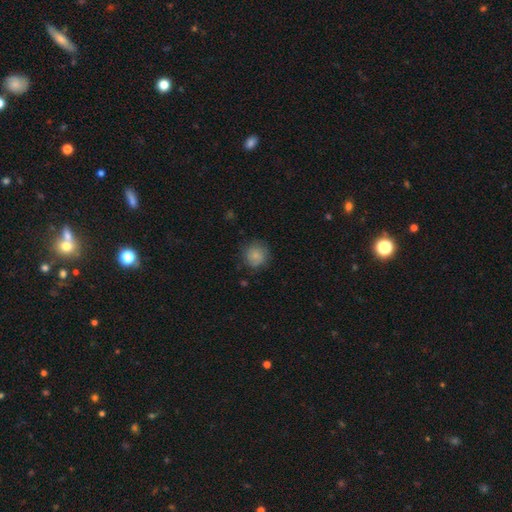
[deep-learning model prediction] smooth 76%, featured or disk 16%, star or artifact 8%. Down the decision tree: how rounded — round (88%); merging — none (75%).